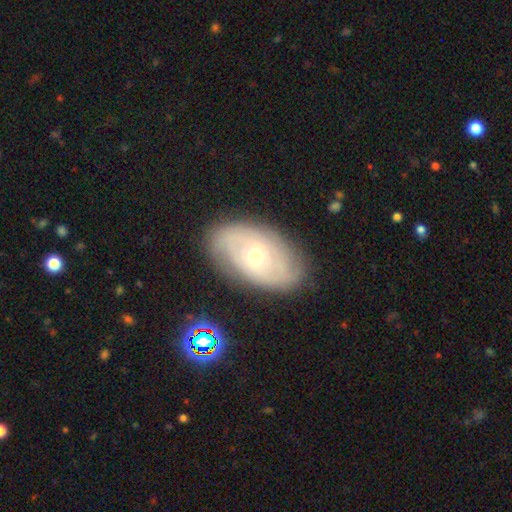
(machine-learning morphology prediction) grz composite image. It shows a featured or disk galaxy (62%) with no bar (64%), spiral arms (70%) and a small central bulge (48%, tied with moderate). Merging: none (83%).